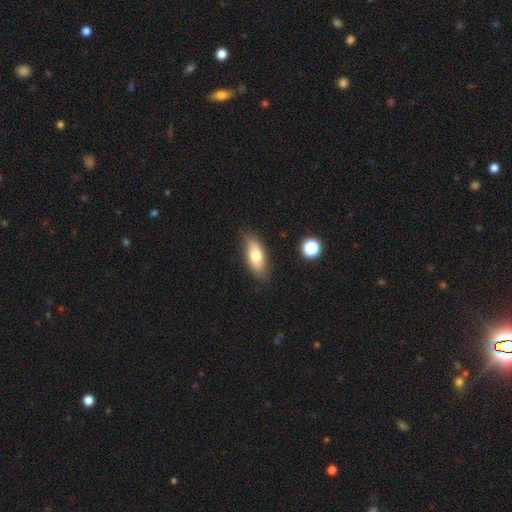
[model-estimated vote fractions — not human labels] This is likely a smooth galaxy (70%). How rounded: clearly in between (80%). Merging: likely none (77%).